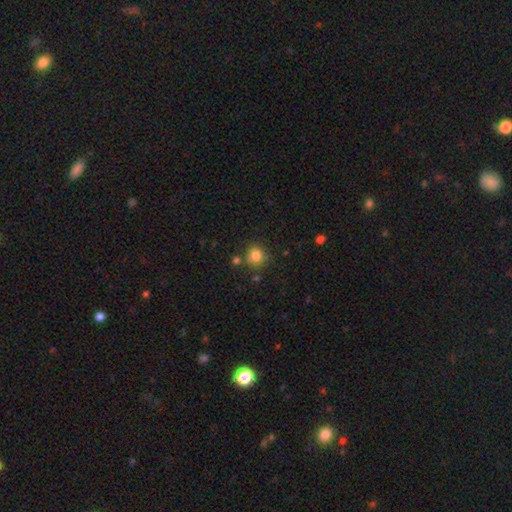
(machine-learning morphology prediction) Smooth or featured?
  - smooth: 82% *
  - star or artifact: 12%
  - featured or disk: 7%
How rounded?
  - round: 84% *
  - in between: 15%
  - cigar-shaped: 1%
Merging?
  - none: 73% *
  - minor disturbance: 13%
  - merger: 10%
  - major disturbance: 4%